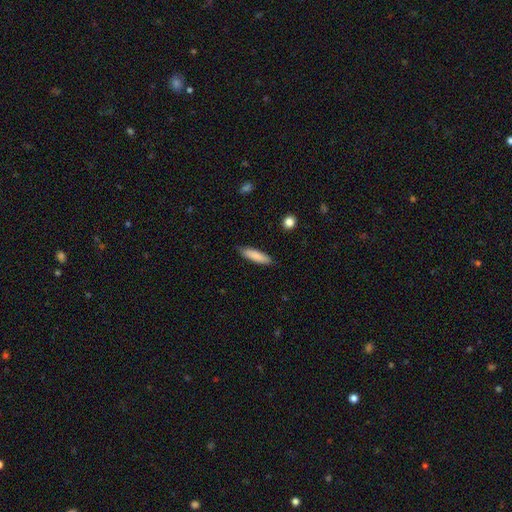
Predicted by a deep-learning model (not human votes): Smooth or featured?
  - smooth: 85% *
  - featured or disk: 9%
  - star or artifact: 6%
How rounded?
  - cigar-shaped: 70% *
  - in between: 29%
  - round: 1%
Merging?
  - none: 84% *
  - minor disturbance: 12%
  - major disturbance: 2%
  - merger: 1%